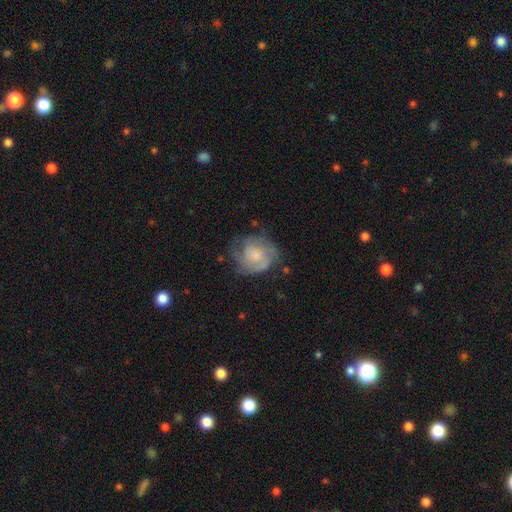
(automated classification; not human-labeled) Smooth or featured?
  - featured or disk: 72% *
  - smooth: 21%
  - star or artifact: 6%
Edge-on disk?
  - no: 98% *
  - yes: 2%
Bar?
  - no: 69% *
  - weak: 27%
  - strong: 4%
Spiral arms?
  - yes: 89% *
  - no: 11%
Spiral winding?
  - tight: 54% *
  - medium: 36%
  - loose: 10%
Spiral arm count?
  - can't tell: 33% *
  - 2: 27%
  - 3: 23%
  - 4: 8%
  - 1: 5%
  - more than 4: 4%
Bulge size?
  - small: 69% *
  - moderate: 24%
  - none: 5%
  - large: 2%
  - dominant: 1%
Merging?
  - none: 60% *
  - minor disturbance: 24%
  - major disturbance: 14%
  - merger: 2%